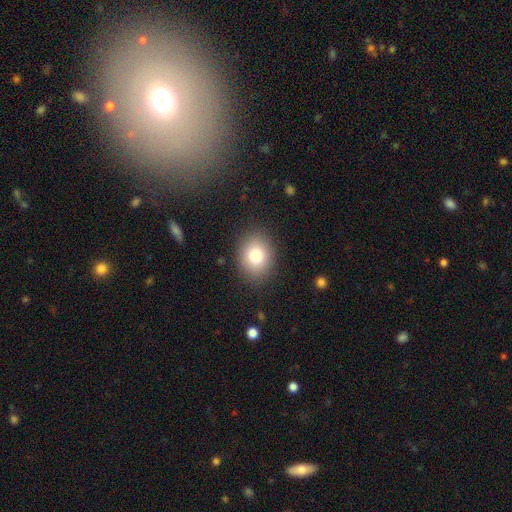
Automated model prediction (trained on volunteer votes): Morphology: type=smooth (79%); roundness=round (52%); merging=none (87%).